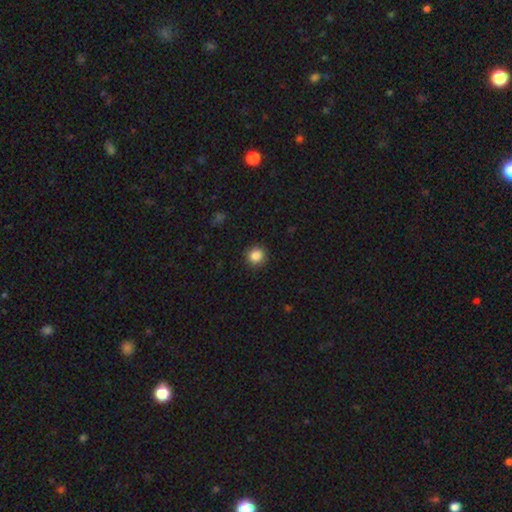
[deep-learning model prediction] smooth 86%, star or artifact 10%, featured or disk 4%. Down the decision tree: how rounded — round (93%); merging — none (92%).